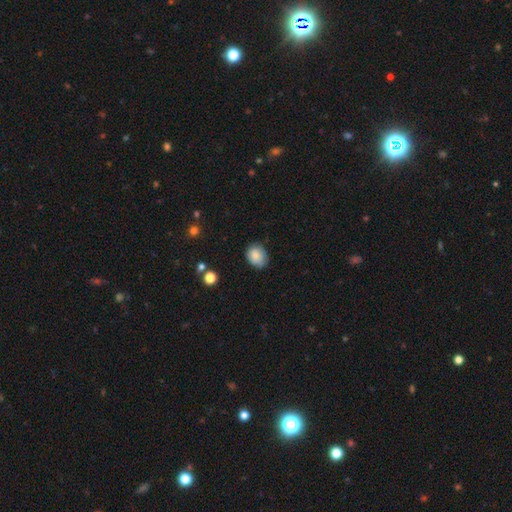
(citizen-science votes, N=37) This appears to be a smooth galaxy with no disk features (73%) that is in between round and cigar-shaped (85%). Merging: none (62%).